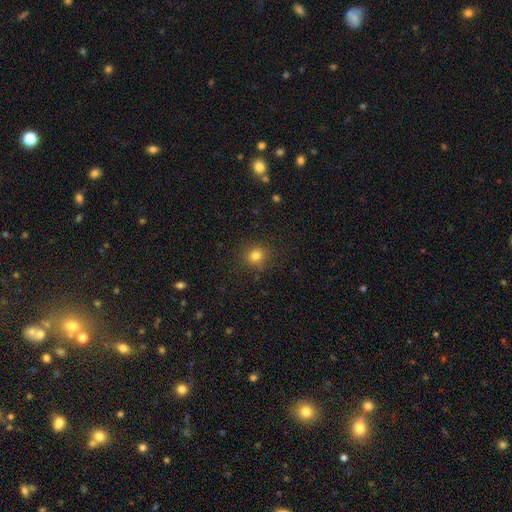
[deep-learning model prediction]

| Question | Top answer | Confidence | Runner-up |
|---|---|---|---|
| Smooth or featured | smooth | 79% | star or artifact (15%) |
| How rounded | round | 82% | in between (17%) |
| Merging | none | 86% | minor disturbance (9%) |